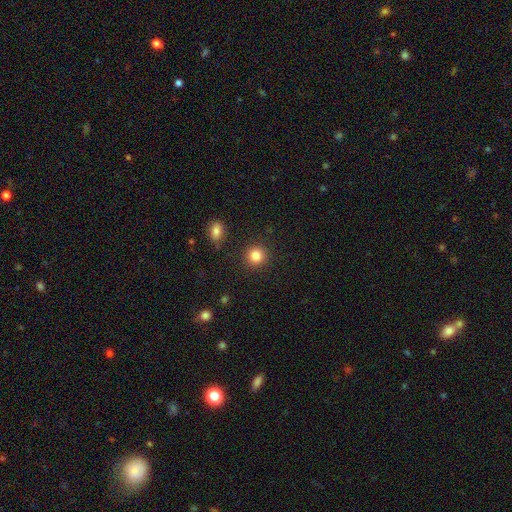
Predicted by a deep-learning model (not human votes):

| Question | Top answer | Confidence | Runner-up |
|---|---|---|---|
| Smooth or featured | smooth | 84% | star or artifact (11%) |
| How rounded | round | 92% | in between (7%) |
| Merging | none | 90% | minor disturbance (6%) |